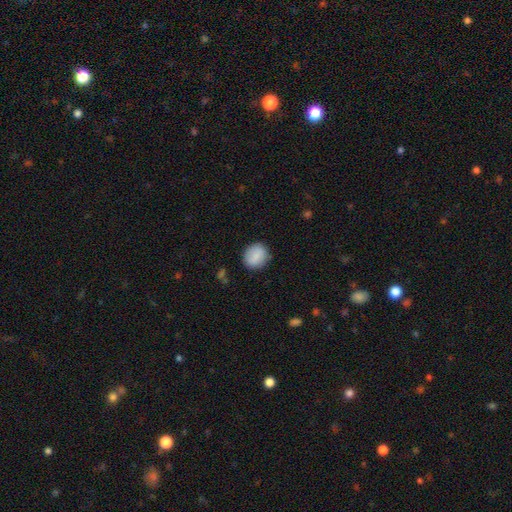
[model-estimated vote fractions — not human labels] smooth_or_featured: smooth (p=0.84) [alt: featured or disk p=0.09]
how_rounded: round (p=0.68) [alt: in between p=0.31]
merging: none (p=0.85) [alt: minor disturbance p=0.11]